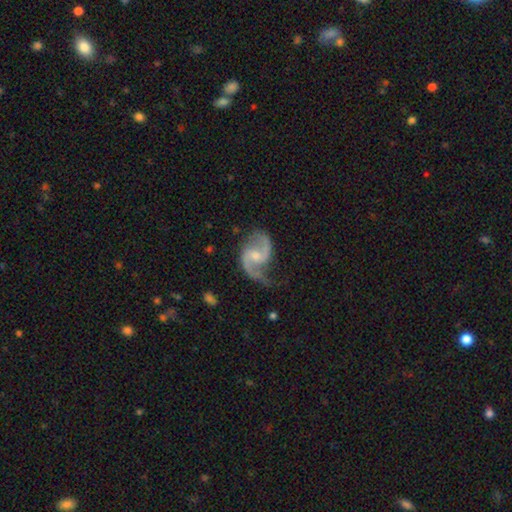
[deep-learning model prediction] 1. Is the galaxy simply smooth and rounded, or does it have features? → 91% featured or disk, 5% smooth, 4% star or artifact.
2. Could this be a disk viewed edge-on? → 98% no, 2% yes.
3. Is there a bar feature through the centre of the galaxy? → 50% weak, 41% no, 10% strong.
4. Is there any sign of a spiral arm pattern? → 98% yes, 2% no.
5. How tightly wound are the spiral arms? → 50% loose, 43% medium, 8% tight.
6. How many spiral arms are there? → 91% 2, 4% 1, 2% can't tell, 1% 3, 1% 4, 1% more than 4.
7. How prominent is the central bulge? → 48% small, 42% moderate, 7% none, 2% large, 1% dominant.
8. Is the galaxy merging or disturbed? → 60% none, 23% minor disturbance, 15% major disturbance, 3% merger.